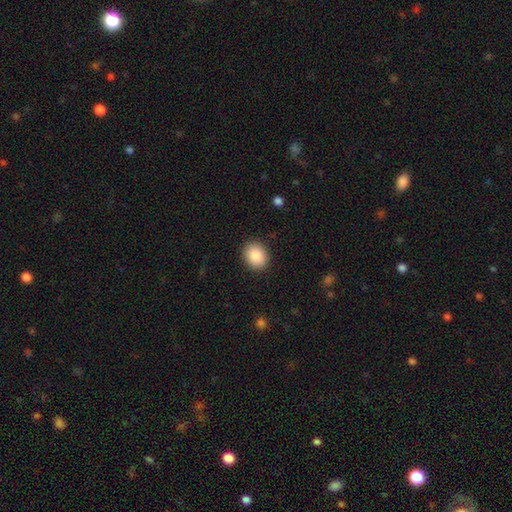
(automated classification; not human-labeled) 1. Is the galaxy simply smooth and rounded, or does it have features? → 89% smooth, 7% star or artifact, 4% featured or disk.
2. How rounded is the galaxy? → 55% round, 44% in between, 1% cigar-shaped.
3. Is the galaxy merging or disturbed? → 90% none, 7% minor disturbance, 2% major disturbance, 1% merger.